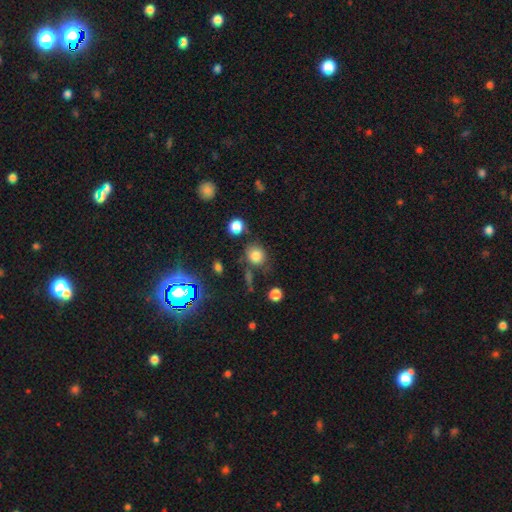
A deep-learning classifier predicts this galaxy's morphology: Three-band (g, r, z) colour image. It shows a smooth galaxy with no disk features (78%) that is round (73%). Merging: none (66%).